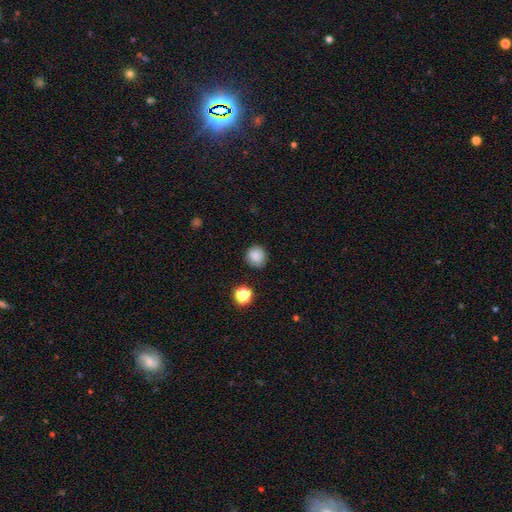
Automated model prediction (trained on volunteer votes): This is clearly a smooth galaxy (84%). How rounded: clearly round (91%). Merging: clearly none (87%).